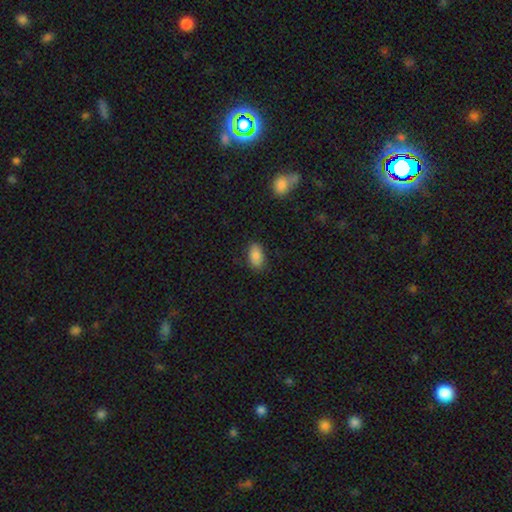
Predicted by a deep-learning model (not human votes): A smooth galaxy with no disk features (84%) that is in between round and cigar-shaped (92%). Merging: none (84%).